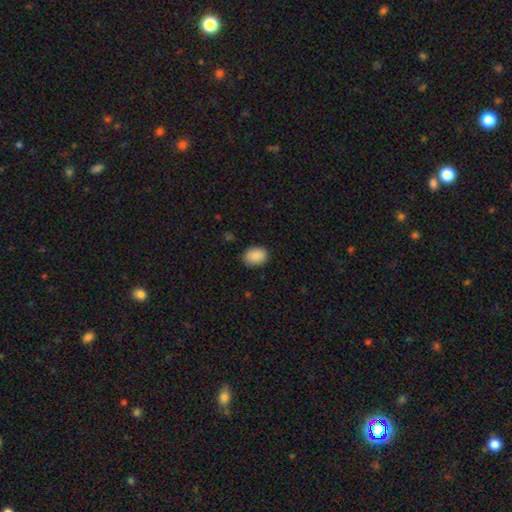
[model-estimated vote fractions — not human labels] Smooth or featured? smooth (89%)
How rounded? in between (68%)
Merging? none (84%)